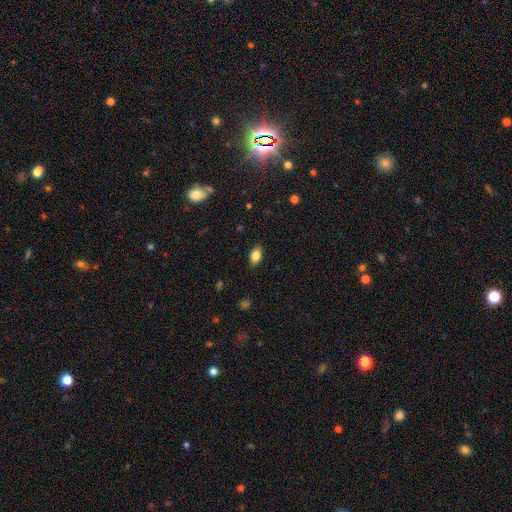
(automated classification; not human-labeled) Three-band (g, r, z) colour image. It shows a smooth galaxy with no disk features (80%) that is in between round and cigar-shaped (87%). Merging: none (86%).